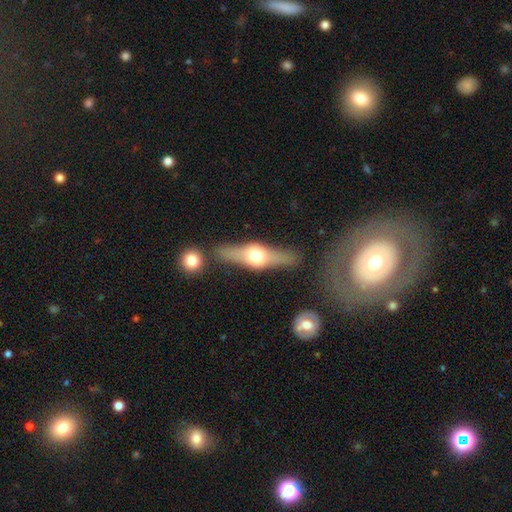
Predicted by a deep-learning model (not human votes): A featured or disk galaxy (69%) viewed edge-on (92%) with a rounded central bulge (94%).

Vote fractions:
- Smooth or featured? featured or disk: 69% / smooth: 25% / star or artifact: 6%
- Edge-on disk? yes: 92% / no: 8%
- Edge-on bulge? rounded: 94% / boxy: 4% / none: 2%
- Merging? none: 76% / minor disturbance: 13% / merger: 6% / major disturbance: 5%